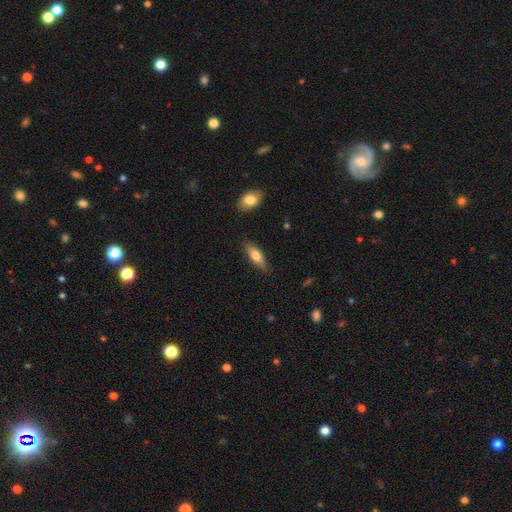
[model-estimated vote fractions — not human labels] Smooth or featured: smooth — 71% (featured or disk — 23%)
How rounded: in between — 60% (cigar-shaped — 38%)
Merging: none — 82% (minor disturbance — 14%)